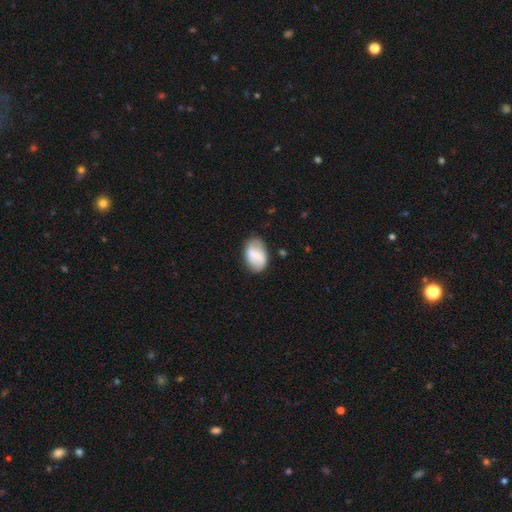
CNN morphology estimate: Smooth or featured?
  - smooth: 67% *
  - featured or disk: 26%
  - star or artifact: 7%
How rounded?
  - in between: 87% *
  - round: 12%
  - cigar-shaped: 1%
Merging?
  - none: 68% *
  - minor disturbance: 22%
  - major disturbance: 6%
  - merger: 4%